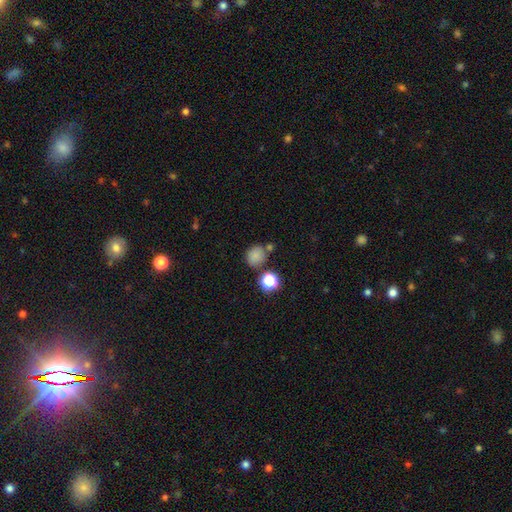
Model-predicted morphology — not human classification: A smooth galaxy with no disk features (79%) that is round (77%).

Vote fractions:
- Smooth or featured? smooth: 79% / star or artifact: 16% / featured or disk: 6%
- How rounded? round: 77% / in between: 22% / cigar-shaped: 1%
- Merging? none: 67% / merger: 15% / minor disturbance: 13% / major disturbance: 5%